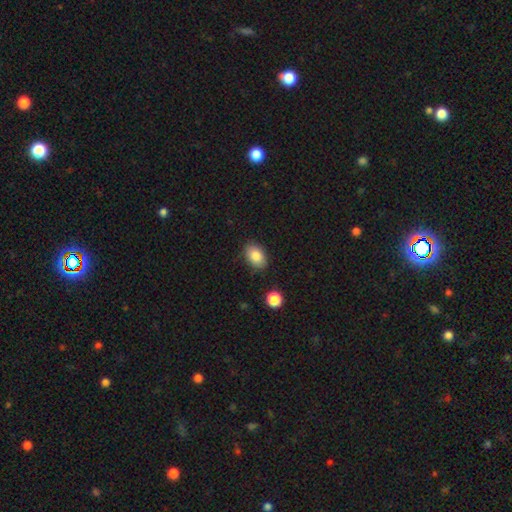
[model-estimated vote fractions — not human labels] Smooth or featured? smooth (85%)
How rounded? in between (84%)
Merging? none (83%)